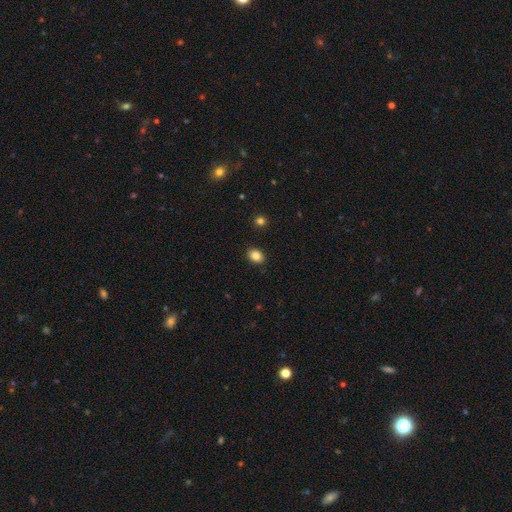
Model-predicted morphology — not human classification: Smooth or featured: smooth — 85% (star or artifact — 10%)
How rounded: in between — 64% (round — 35%)
Merging: none — 89% (minor disturbance — 8%)